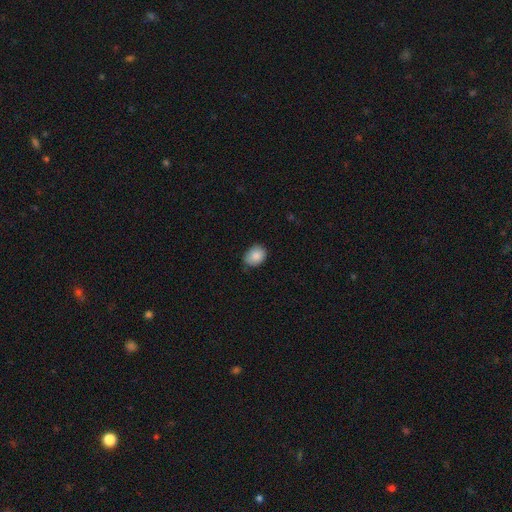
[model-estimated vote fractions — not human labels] smooth 87%, star or artifact 8%, featured or disk 5%. Down the decision tree: how rounded — in between (59%); merging — none (71%).